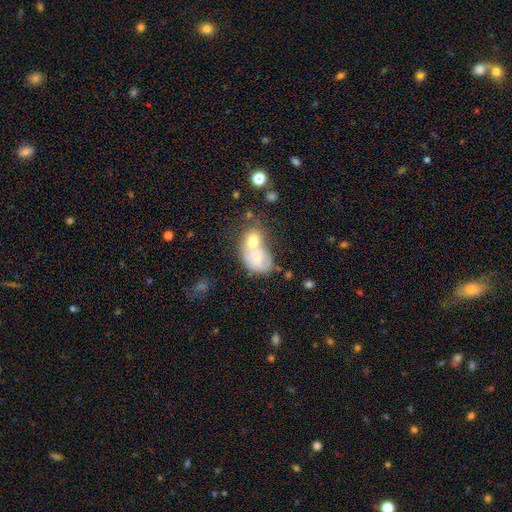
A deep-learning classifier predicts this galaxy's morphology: The model was most divided on "smooth or featured": smooth: 55%, featured or disk: 35%, star or artifact: 10%. More confident: merging — merger (70%); how rounded — in between (62%).